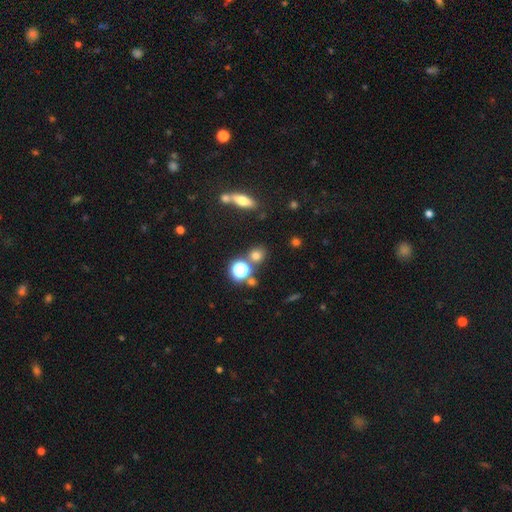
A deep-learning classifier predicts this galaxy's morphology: Q: Smooth or featured?
A: smooth (69%); runner-up: star or artifact (23%)
Q: How rounded?
A: round (83%); runner-up: in between (15%)
Q: Merging?
A: none (75%); runner-up: merger (13%)